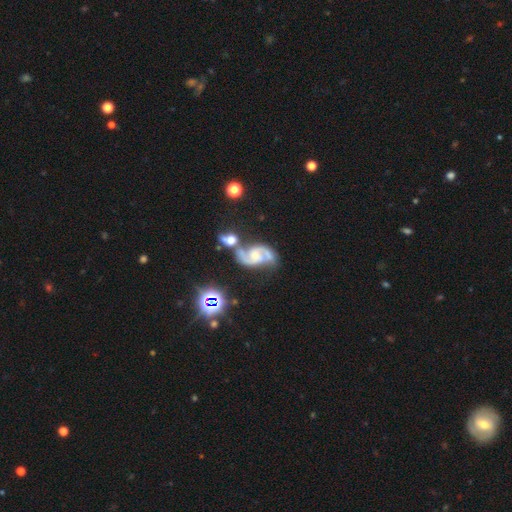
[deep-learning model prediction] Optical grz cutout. It shows a featured or disk galaxy (87%) with no bar (45%), 2 (93%) medium (56%) spiral arms (97%) and a small central bulge (45%). Merging: merger (39%).